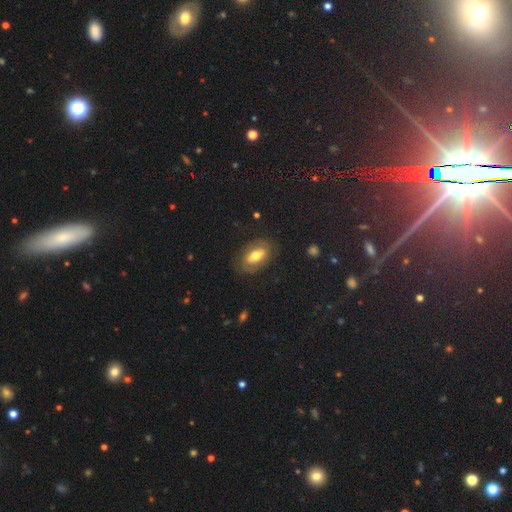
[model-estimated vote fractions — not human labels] The model was most divided on "smooth or featured": smooth: 51%, featured or disk: 42%, star or artifact: 8%. More confident: how rounded — in between (88%); merging — none (76%).